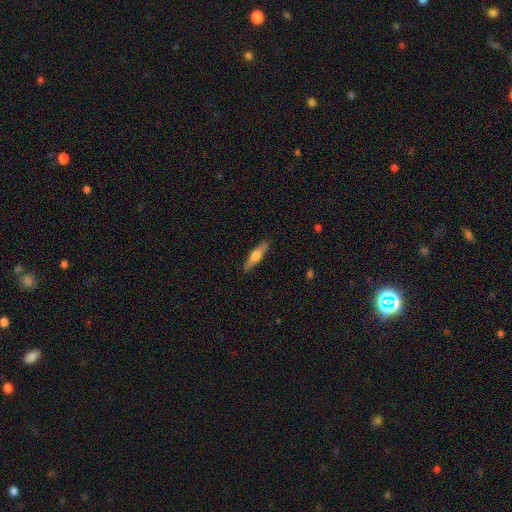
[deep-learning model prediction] Smooth or featured?
  - smooth: 49% *
  - featured or disk: 45%
  - star or artifact: 6%
Merging?
  - none: 89% *
  - minor disturbance: 8%
  - major disturbance: 2%
  - merger: 1%